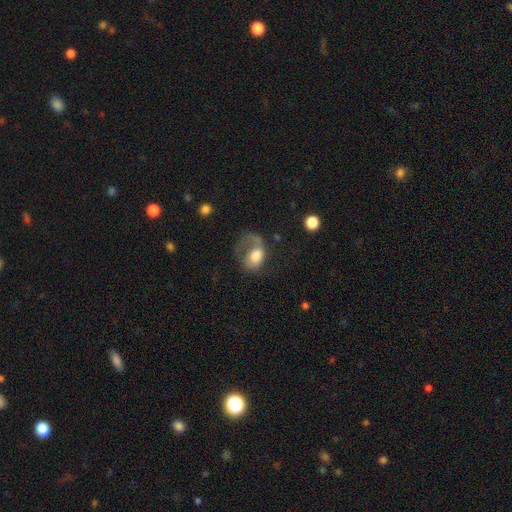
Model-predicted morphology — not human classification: Smooth or featured? Predicted: smooth (p=0.48). Merging? Predicted: major disturbance (p=0.56).